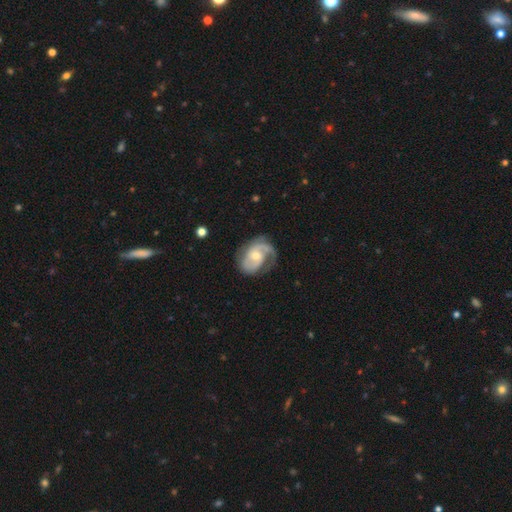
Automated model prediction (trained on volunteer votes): smooth_or_featured: featured or disk (p=0.84) [alt: smooth p=0.11]
disk_edge_on: no (p=0.98) [alt: yes p=0.02]
bar: no (p=0.55) [alt: weak p=0.37]
has_spiral_arms: yes (p=0.95) [alt: no p=0.05]
spiral_winding: medium (p=0.43) [alt: tight p=0.40]
spiral_arm_count: 2 (p=0.62) [alt: 1 p=0.18]
bulge_size: moderate (p=0.56) [alt: small p=0.39]
merging: none (p=0.63) [alt: minor disturbance p=0.22]